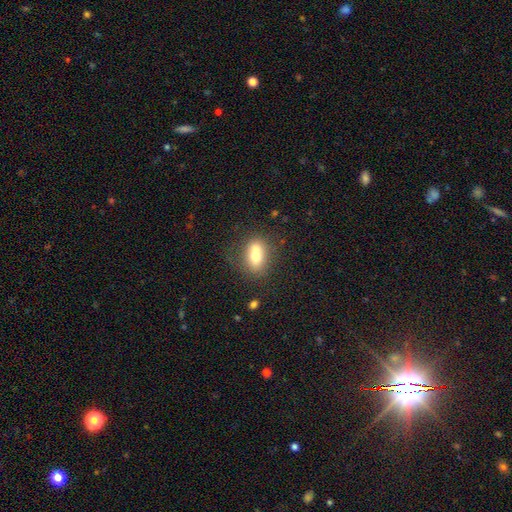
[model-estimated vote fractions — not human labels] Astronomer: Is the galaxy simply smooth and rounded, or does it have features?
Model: smooth — 68%.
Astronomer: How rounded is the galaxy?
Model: in between — 71%.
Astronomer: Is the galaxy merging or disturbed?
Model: none — 45% (runner-up: merger, 34%).